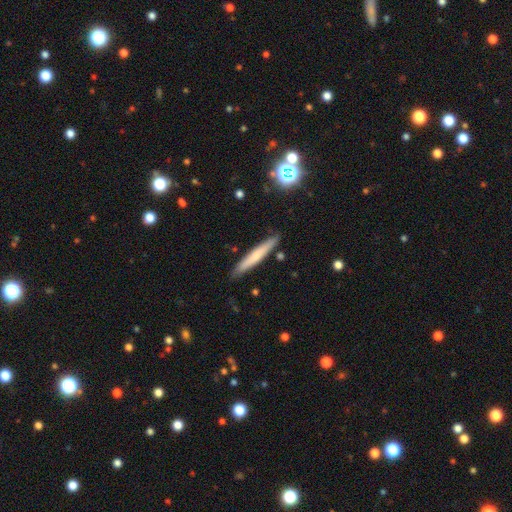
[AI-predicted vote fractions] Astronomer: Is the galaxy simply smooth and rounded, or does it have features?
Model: smooth — 61%.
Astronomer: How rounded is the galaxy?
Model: cigar-shaped — 95%.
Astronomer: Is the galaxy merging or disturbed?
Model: none — 89%.